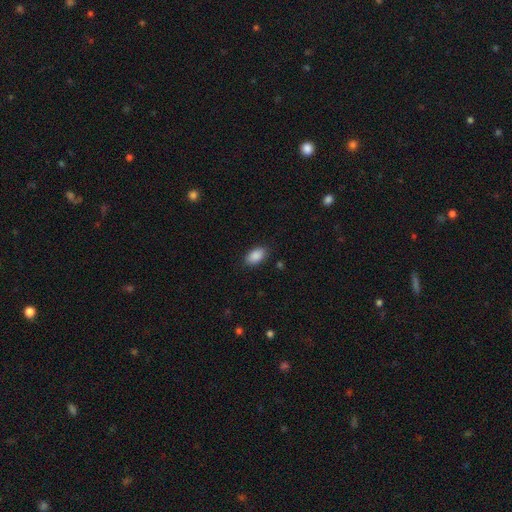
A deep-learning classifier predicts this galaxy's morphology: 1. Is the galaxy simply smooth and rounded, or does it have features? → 90% smooth, 7% star or artifact, 3% featured or disk.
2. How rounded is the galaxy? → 93% in between, 5% round, 2% cigar-shaped.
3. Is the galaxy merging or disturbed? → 86% none, 10% minor disturbance, 3% major disturbance, 1% merger.